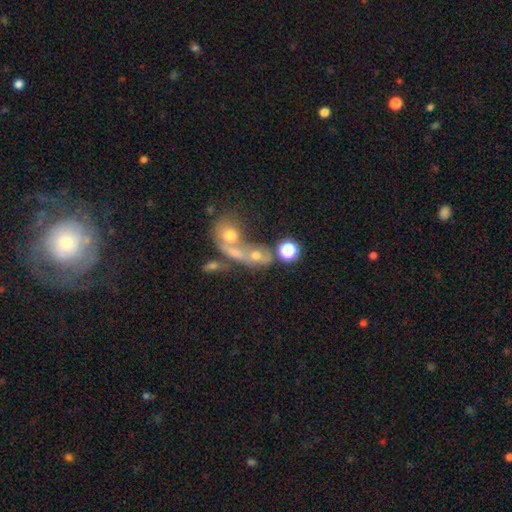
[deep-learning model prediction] smooth-or-featured: smooth: 52% | featured or disk: 29% | star or artifact: 19%
  how-rounded: round: 50% | in between: 43% | cigar-shaped: 7%
  merging: merger: 58% | none: 25% | major disturbance: 9% | minor disturbance: 8%